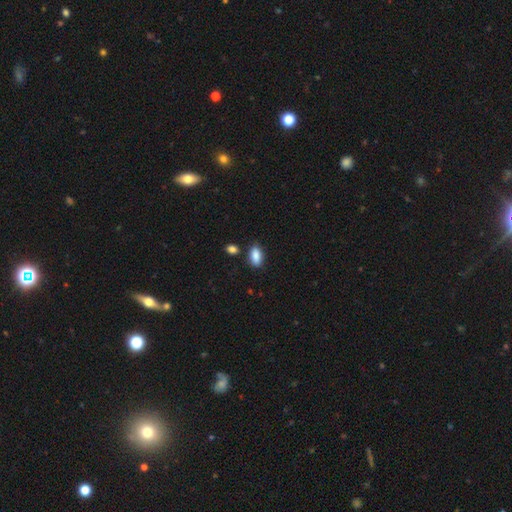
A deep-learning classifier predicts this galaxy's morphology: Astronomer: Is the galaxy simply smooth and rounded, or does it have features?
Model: smooth — 88%.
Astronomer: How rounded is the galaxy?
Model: in between — 90%.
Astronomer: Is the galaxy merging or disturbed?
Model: none — 80%.